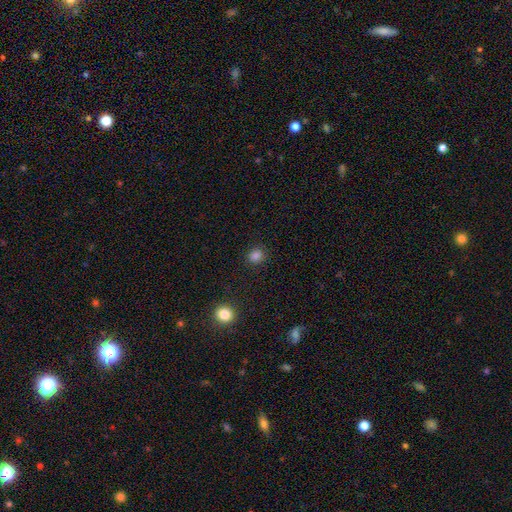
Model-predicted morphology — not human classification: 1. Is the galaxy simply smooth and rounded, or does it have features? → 83% smooth, 13% star or artifact, 4% featured or disk.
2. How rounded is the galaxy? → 78% round, 21% in between, 1% cigar-shaped.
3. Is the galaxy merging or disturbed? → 88% none, 8% minor disturbance, 3% major disturbance, 1% merger.